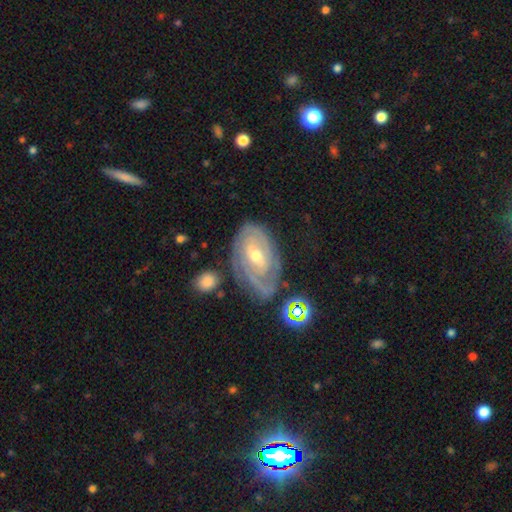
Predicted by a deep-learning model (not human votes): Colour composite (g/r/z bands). It shows a featured or disk galaxy (82%) with a weak bar (48%), 2 (40%) tight (69%) spiral arms (92%) and a moderate central bulge (54%). Merging: none (63%).